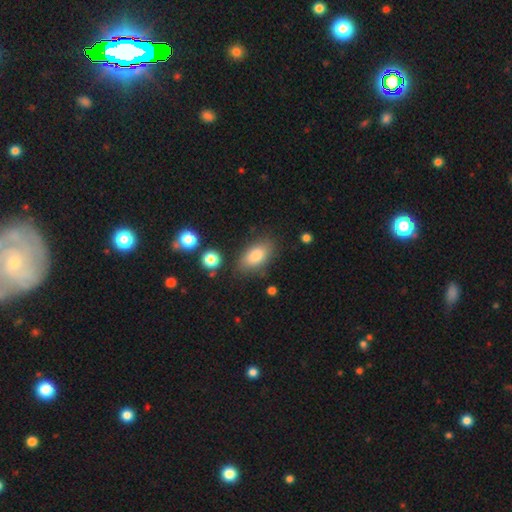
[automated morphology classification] A smooth galaxy with no disk features (82%) that is in between round and cigar-shaped (91%). Merging: none (77%).